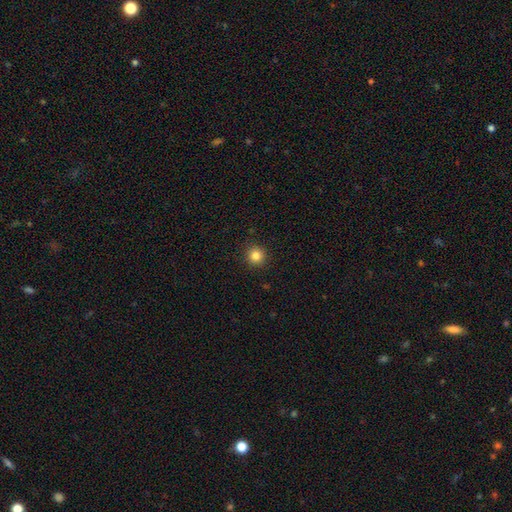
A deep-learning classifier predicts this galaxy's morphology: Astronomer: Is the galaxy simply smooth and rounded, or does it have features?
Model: smooth — 83%.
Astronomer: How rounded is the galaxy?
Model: round — 94%.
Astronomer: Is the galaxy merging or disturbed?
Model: none — 92%.